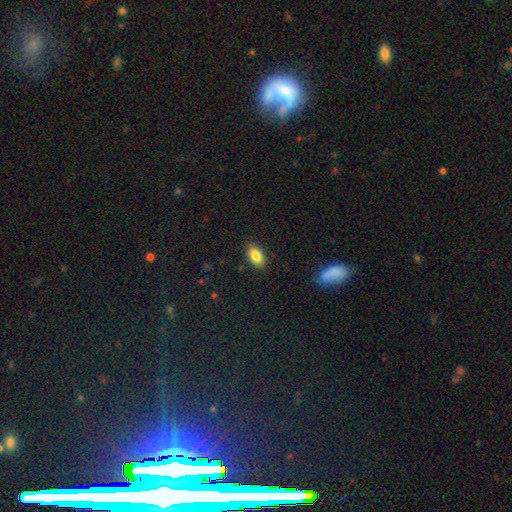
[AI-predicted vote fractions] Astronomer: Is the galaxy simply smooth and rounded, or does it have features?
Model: smooth — 84%.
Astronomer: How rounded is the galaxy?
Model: in between — 92%.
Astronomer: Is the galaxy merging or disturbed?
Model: none — 87%.